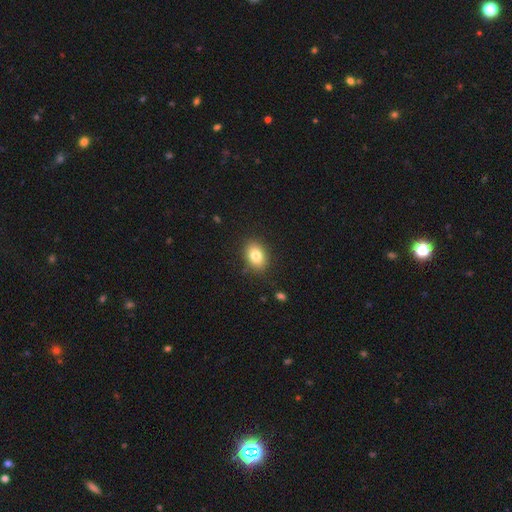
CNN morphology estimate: Smooth or featured? Predicted: smooth (p=0.81). How rounded? Predicted: in between (p=0.72). Merging? Predicted: none (p=0.86).